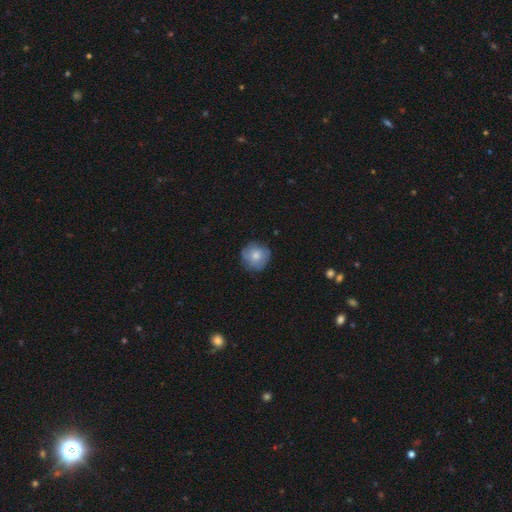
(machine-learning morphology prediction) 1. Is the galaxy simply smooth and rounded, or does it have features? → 75% smooth, 17% featured or disk, 7% star or artifact.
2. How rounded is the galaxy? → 93% round, 7% in between, 1% cigar-shaped.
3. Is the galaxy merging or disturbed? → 79% none, 17% minor disturbance, 3% major disturbance, 1% merger.